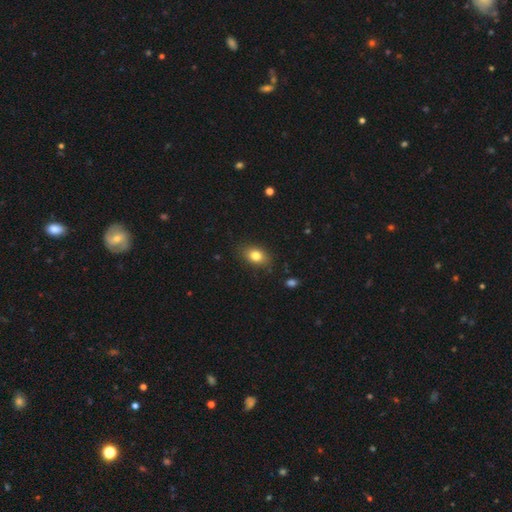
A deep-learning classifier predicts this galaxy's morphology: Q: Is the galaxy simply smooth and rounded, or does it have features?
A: smooth — 81%.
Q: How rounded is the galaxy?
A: in between — 79%.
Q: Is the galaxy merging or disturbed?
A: none — 85%.